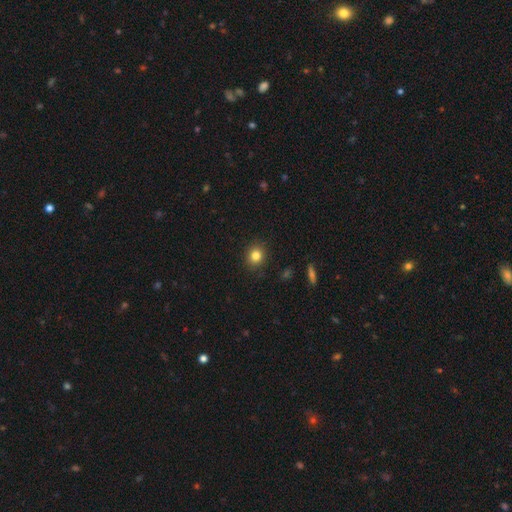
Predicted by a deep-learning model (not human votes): Q: Smooth or featured?
A: smooth (83%); runner-up: star or artifact (11%)
Q: How rounded?
A: round (77%); runner-up: in between (22%)
Q: Merging?
A: none (89%); runner-up: minor disturbance (8%)